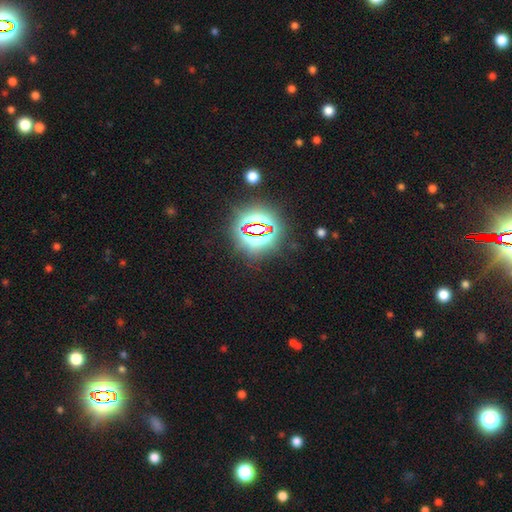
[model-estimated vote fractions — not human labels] Overall: star or artifact (85%).